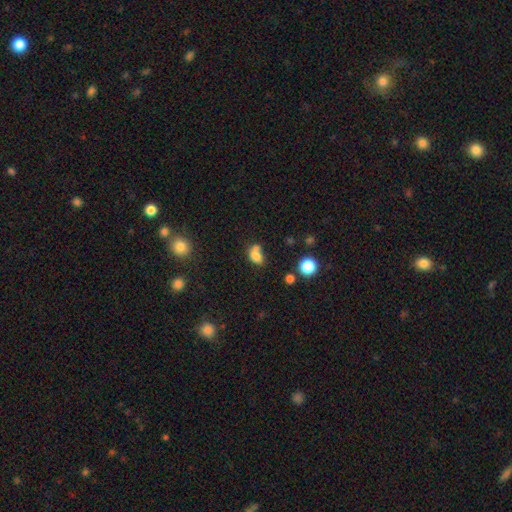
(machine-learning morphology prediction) Smooth or featured? Predicted: smooth (p=0.76). How rounded? Predicted: in between (p=0.67). Merging? Predicted: merger (p=0.49).